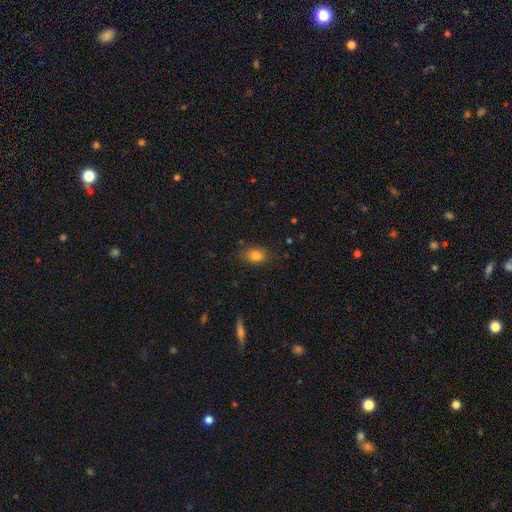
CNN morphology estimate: This appears to be a smooth galaxy with no disk features (81%) that is in between round and cigar-shaped (68%). Merging: none (79%).